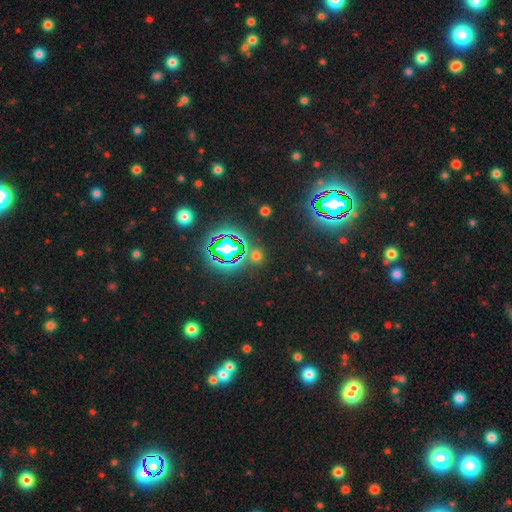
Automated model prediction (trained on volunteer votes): The model was most divided on "smooth or featured": star or artifact: 52%, smooth: 40%, featured or disk: 8%.